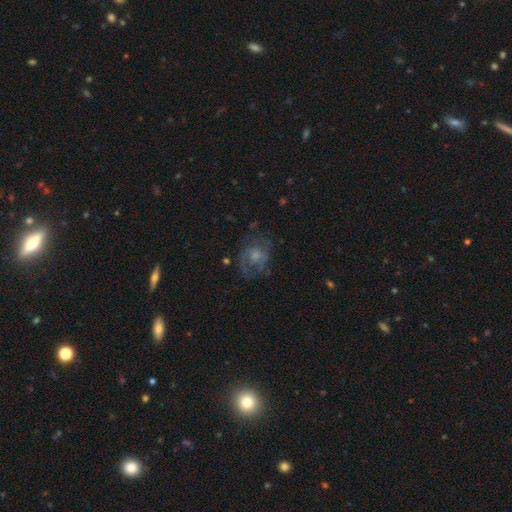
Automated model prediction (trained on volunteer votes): Morphology: type=featured or disk (49%); merging=none (54%).